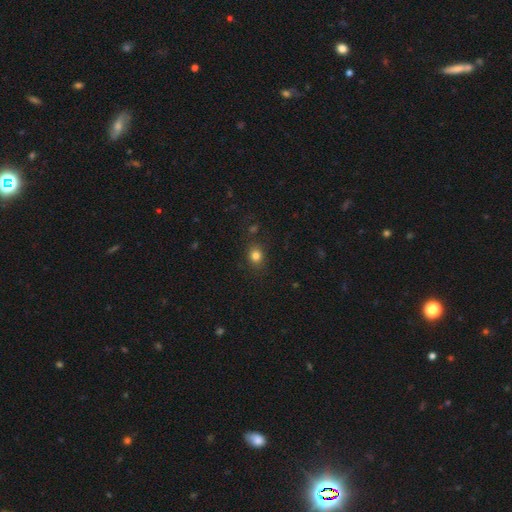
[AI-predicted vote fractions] smooth_or_featured: smooth (p=0.81) [alt: star or artifact p=0.13]
how_rounded: round (p=0.63) [alt: in between p=0.36]
merging: none (p=0.83) [alt: minor disturbance p=0.11]